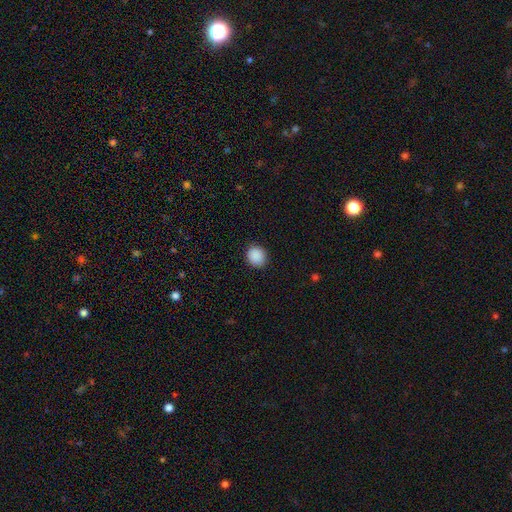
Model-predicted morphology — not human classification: Smooth or featured: smooth — 89% (star or artifact — 8%)
How rounded: round — 79% (in between — 20%)
Merging: none — 89% (minor disturbance — 7%)